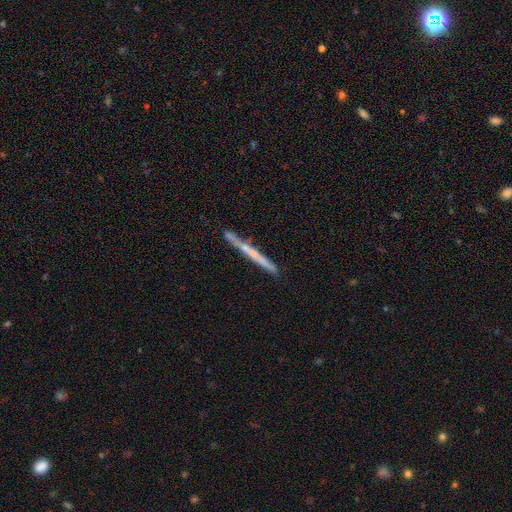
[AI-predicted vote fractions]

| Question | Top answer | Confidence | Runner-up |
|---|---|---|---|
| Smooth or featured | featured or disk | 55% | smooth (39%) |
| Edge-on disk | yes | 95% | no (5%) |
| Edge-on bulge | none | 72% | rounded (22%) |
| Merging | none | 82% | minor disturbance (12%) |